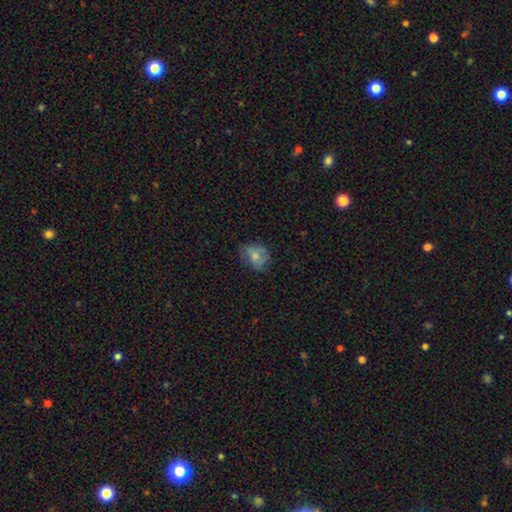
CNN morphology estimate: A smooth galaxy with no disk features (71%) that is round (52%).

Vote fractions:
- Smooth or featured? smooth: 71% / featured or disk: 19% / star or artifact: 10%
- How rounded? round: 52% / in between: 47% / cigar-shaped: 1%
- Merging? none: 54% / minor disturbance: 30% / major disturbance: 14% / merger: 1%